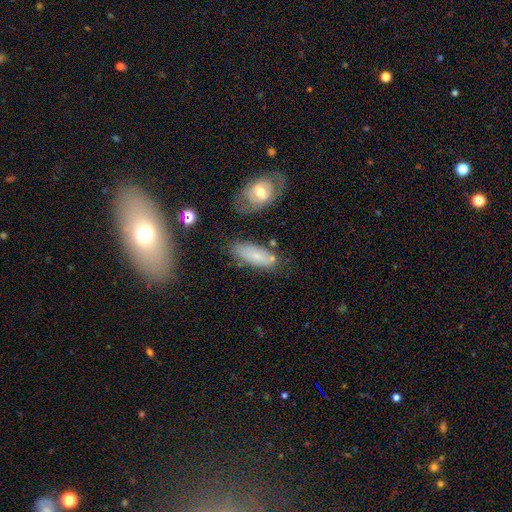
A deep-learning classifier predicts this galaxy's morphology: Q: Smooth or featured?
A: smooth (67%); runner-up: featured or disk (24%)
Q: How rounded?
A: in between (77%); runner-up: cigar-shaped (20%)
Q: Merging?
A: none (65%); runner-up: minor disturbance (20%)